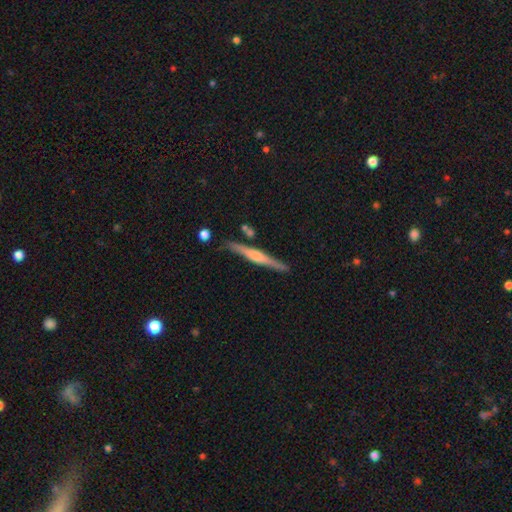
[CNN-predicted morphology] Q: Smooth or featured?
A: featured or disk (65%); runner-up: smooth (29%)
Q: Edge-on disk?
A: yes (97%); runner-up: no (3%)
Q: Edge-on bulge?
A: rounded (65%); runner-up: boxy (19%)
Q: Merging?
A: none (84%); runner-up: minor disturbance (10%)